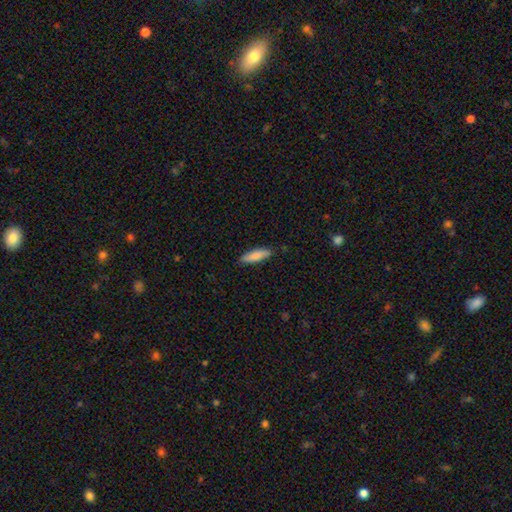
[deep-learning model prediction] A smooth galaxy with no disk features (85%) that is cigar-shaped (61%).

Vote fractions:
- Smooth or featured? smooth: 85% / featured or disk: 10% / star or artifact: 6%
- How rounded? cigar-shaped: 61% / in between: 37% / round: 1%
- Merging? none: 85% / minor disturbance: 11% / major disturbance: 2% / merger: 1%